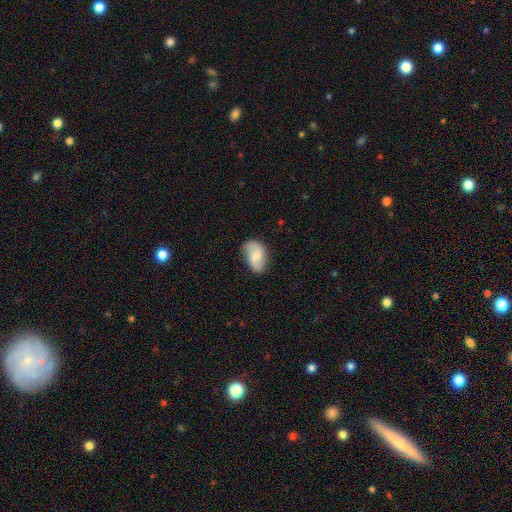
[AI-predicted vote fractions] smooth 54%, featured or disk 38%, star or artifact 7%. Down the decision tree: how rounded — in between (89%); merging — none (70%).